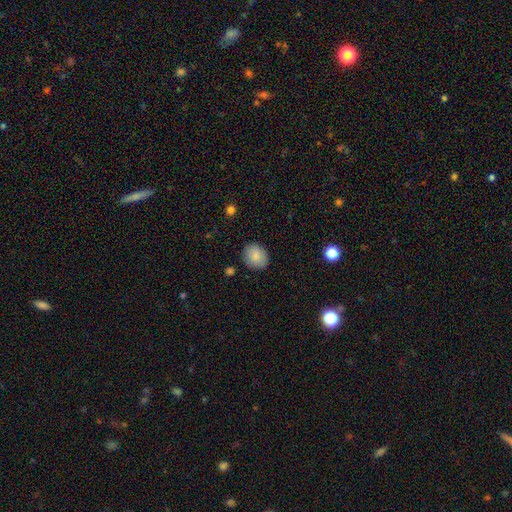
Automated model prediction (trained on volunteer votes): smooth 86%, star or artifact 8%, featured or disk 6%. Down the decision tree: how rounded — round (62%); merging — none (86%).